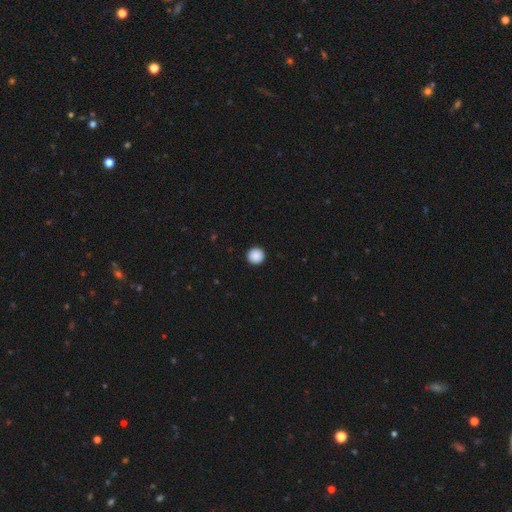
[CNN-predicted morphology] type=smooth (90%); roundness=round (97%); merging=none (94%).